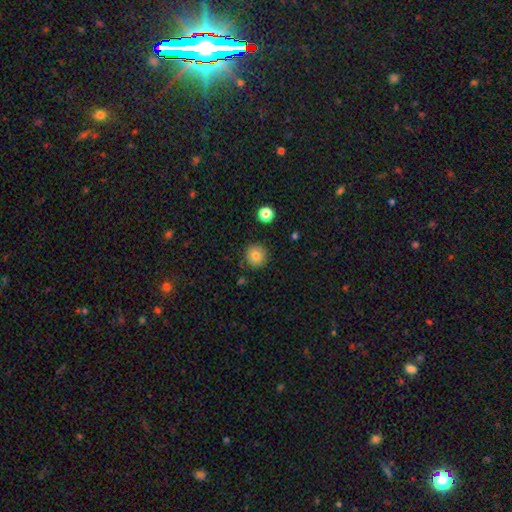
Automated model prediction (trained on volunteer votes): Smooth or featured?
  - smooth: 81% *
  - star or artifact: 10%
  - featured or disk: 9%
How rounded?
  - round: 94% *
  - in between: 5%
  - cigar-shaped: 1%
Merging?
  - none: 88% *
  - minor disturbance: 8%
  - major disturbance: 2%
  - merger: 2%